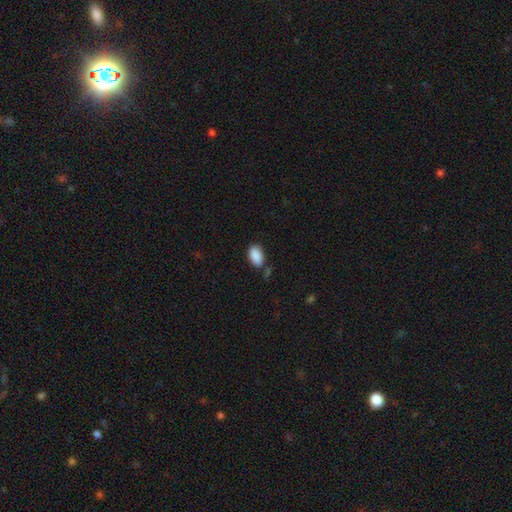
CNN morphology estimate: Smooth or featured? smooth (90%)
How rounded? in between (93%)
Merging? none (73%)